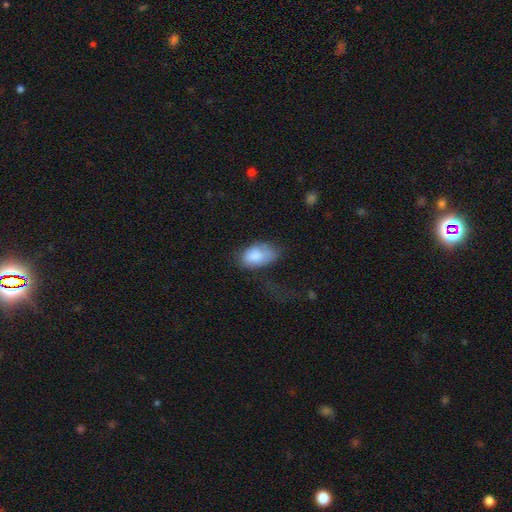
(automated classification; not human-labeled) The model was most divided on "merging": none: 37%, minor disturbance: 33%, major disturbance: 27%, merger: 4%. More confident: how rounded — in between (91%); smooth or featured — smooth (80%).